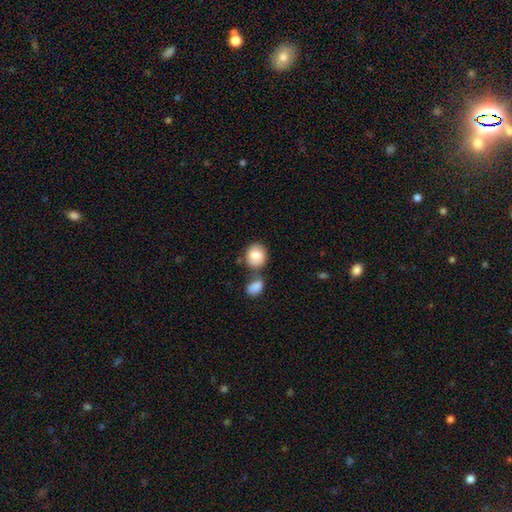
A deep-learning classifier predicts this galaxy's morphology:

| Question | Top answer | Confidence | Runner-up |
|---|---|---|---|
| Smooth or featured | smooth | 79% | featured or disk (14%) |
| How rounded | round | 71% | in between (28%) |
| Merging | none | 52% | merger (29%) |